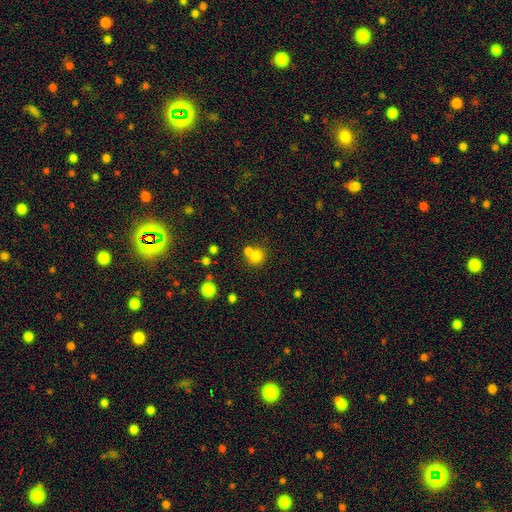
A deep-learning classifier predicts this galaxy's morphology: type=smooth (75%); roundness=round (87%); merging=none (51%).